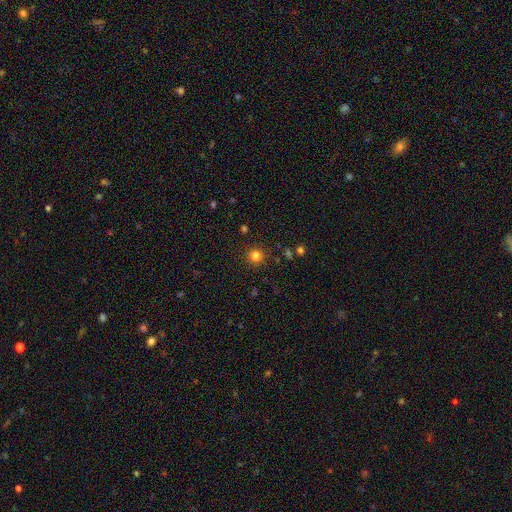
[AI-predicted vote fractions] Overall: smooth (80%). How rounded: round (94%). Merging: none (90%).